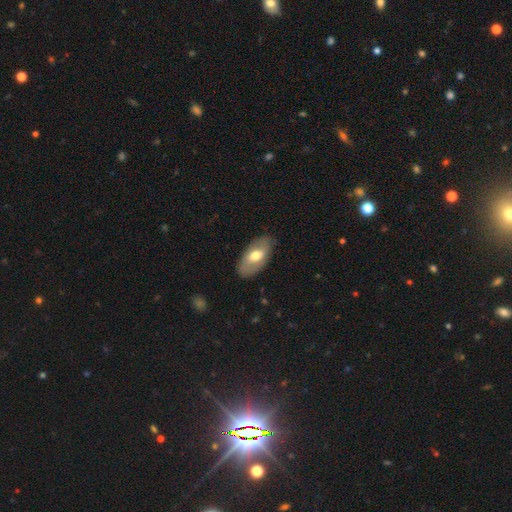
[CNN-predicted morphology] smooth 57%, featured or disk 38%, star or artifact 6%. Down the decision tree: how rounded — in between (93%); merging — none (82%).